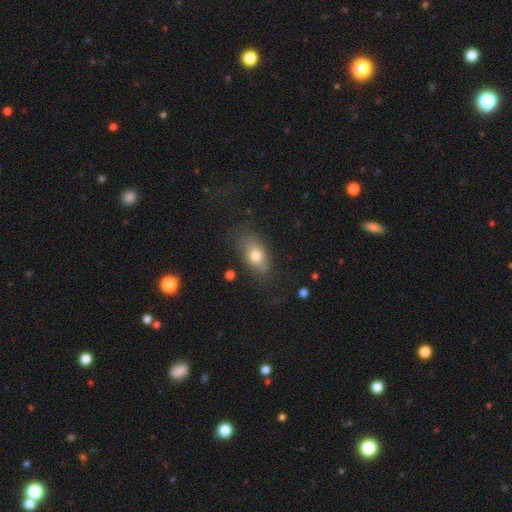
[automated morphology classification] This is likely a smooth galaxy (72%). How rounded: clearly in between (83%). Merging: likely none (71%).